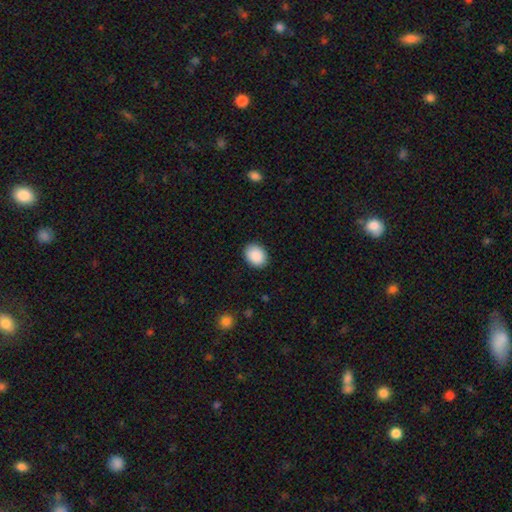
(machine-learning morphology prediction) Overall: smooth (91%). How rounded: in between (61%; round 38%). Merging: none (89%).